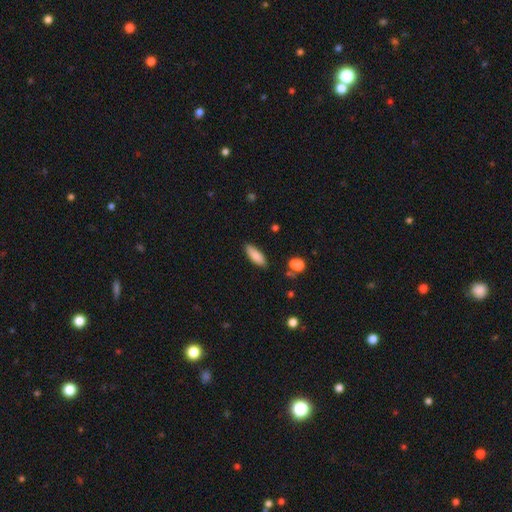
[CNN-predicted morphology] type=smooth (85%); roundness=in between (65%); merging=none (83%).